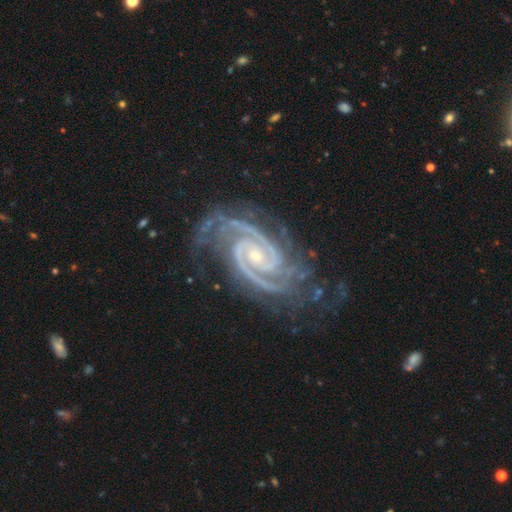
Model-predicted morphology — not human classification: smooth_or_featured: featured or disk (p=0.94) [alt: star or artifact p=0.04]
disk_edge_on: no (p=0.98) [alt: yes p=0.02]
bar: no (p=0.52) [alt: weak p=0.33]
has_spiral_arms: yes (p=0.99) [alt: no p=0.01]
spiral_winding: tight (p=0.69) [alt: medium p=0.28]
spiral_arm_count: 2 (p=0.78) [alt: 3 p=0.10]
bulge_size: small (p=0.67) [alt: moderate p=0.28]
merging: none (p=0.69) [alt: minor disturbance p=0.20]